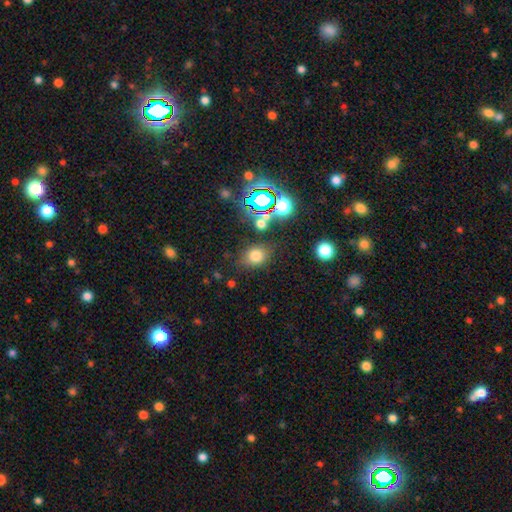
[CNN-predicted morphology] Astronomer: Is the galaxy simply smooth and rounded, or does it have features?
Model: smooth — 72%.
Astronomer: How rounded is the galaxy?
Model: in between — 53% (runner-up: round, 45%).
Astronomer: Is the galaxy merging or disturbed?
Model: none — 76%.